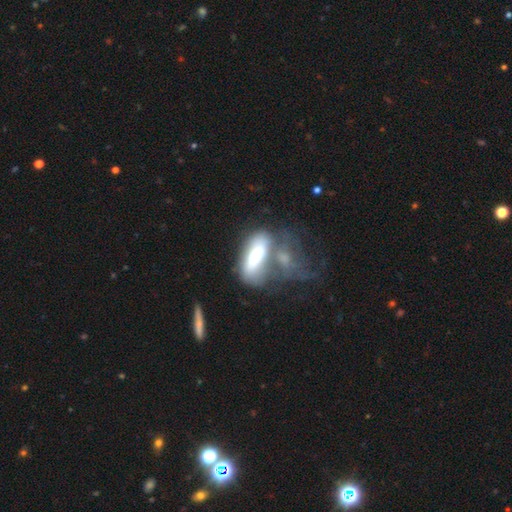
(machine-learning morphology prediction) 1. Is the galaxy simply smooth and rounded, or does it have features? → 52% smooth, 40% featured or disk, 7% star or artifact.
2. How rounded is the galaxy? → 75% in between, 20% cigar-shaped, 4% round.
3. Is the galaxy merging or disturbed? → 42% merger, 23% major disturbance, 22% none, 13% minor disturbance.